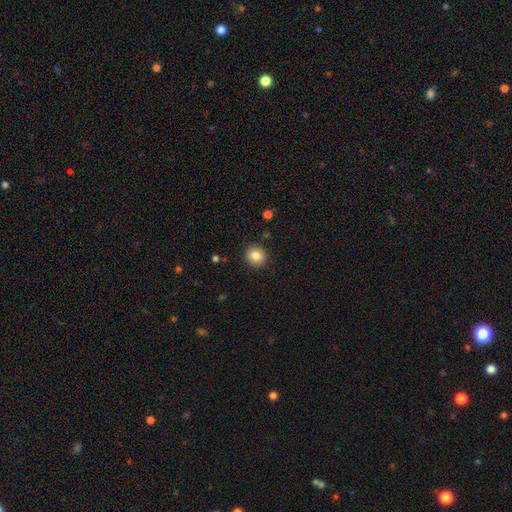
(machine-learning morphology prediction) This is clearly a smooth galaxy (84%). How rounded: clearly round (87%). Merging: clearly none (90%).